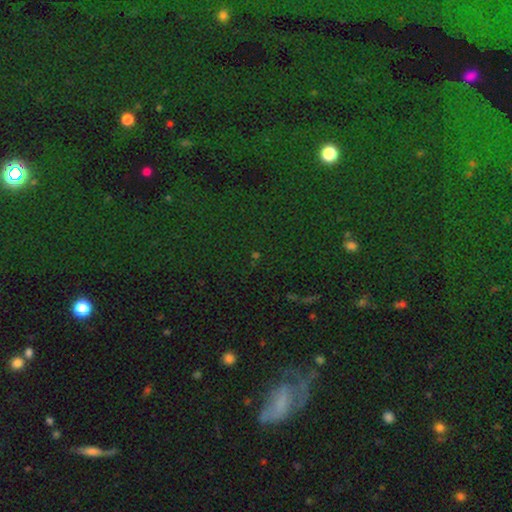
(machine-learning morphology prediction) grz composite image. It shows a star or artifact, not a galaxy (71%).